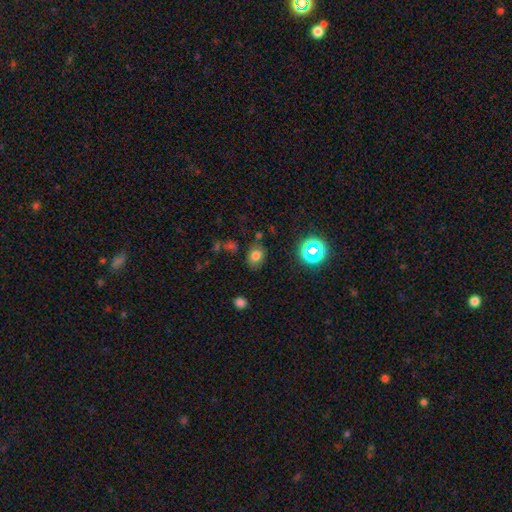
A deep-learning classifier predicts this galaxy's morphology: This appears to be a smooth galaxy with no disk features (73%) that is in between round and cigar-shaped (58%). Merging: none (78%).